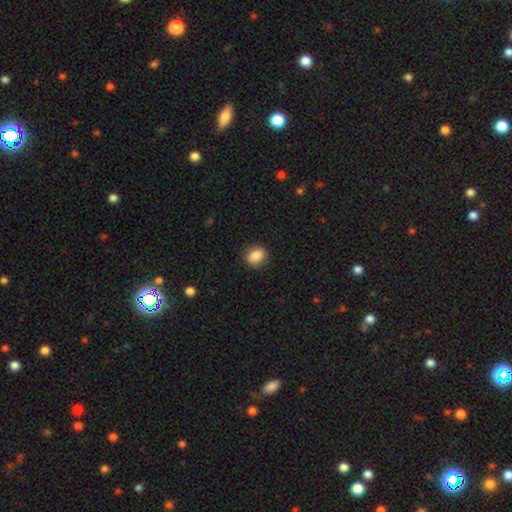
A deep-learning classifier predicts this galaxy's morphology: This is clearly a smooth galaxy (86%). How rounded: possibly in between (49%, tied with round). Merging: clearly none (87%).